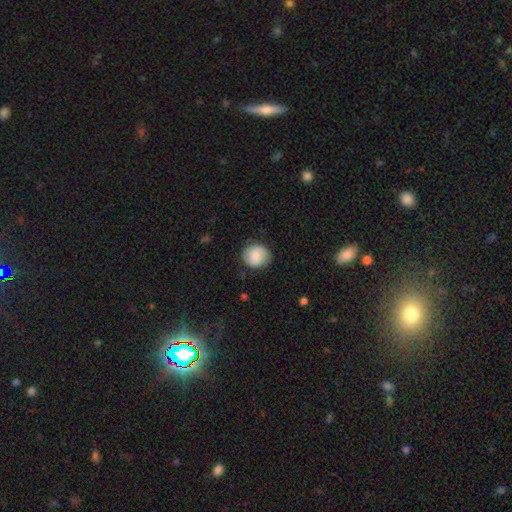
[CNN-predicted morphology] smooth-or-featured: smooth: 81% | featured or disk: 12% | star or artifact: 7%
  how-rounded: round: 86% | in between: 13% | cigar-shaped: 1%
  merging: none: 83% | minor disturbance: 13% | major disturbance: 3% | merger: 1%